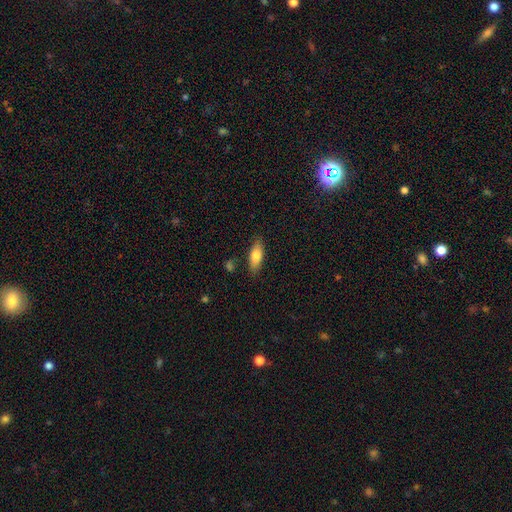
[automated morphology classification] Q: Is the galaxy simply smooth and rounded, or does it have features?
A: smooth — 74%.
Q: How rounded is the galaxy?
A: in between — 71%.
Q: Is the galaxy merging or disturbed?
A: none — 82%.